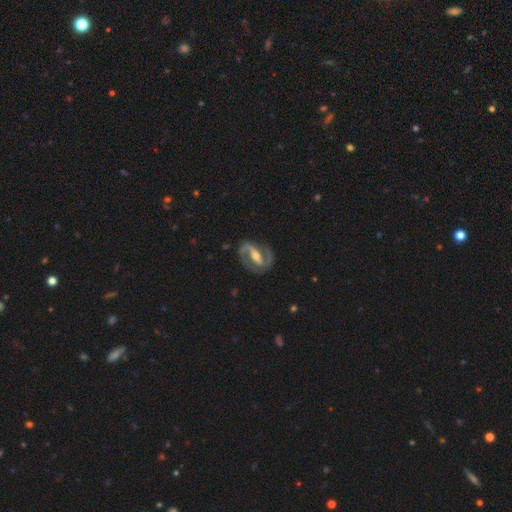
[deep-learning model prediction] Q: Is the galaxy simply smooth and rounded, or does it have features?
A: featured or disk — 91%.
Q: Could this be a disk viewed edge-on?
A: no — 97%.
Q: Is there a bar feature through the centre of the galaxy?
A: strong — 61%.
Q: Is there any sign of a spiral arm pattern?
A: yes — 96%.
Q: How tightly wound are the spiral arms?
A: medium — 55%.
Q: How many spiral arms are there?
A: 2 — 93%.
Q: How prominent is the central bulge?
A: moderate — 59%.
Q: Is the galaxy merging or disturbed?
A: none — 83%.